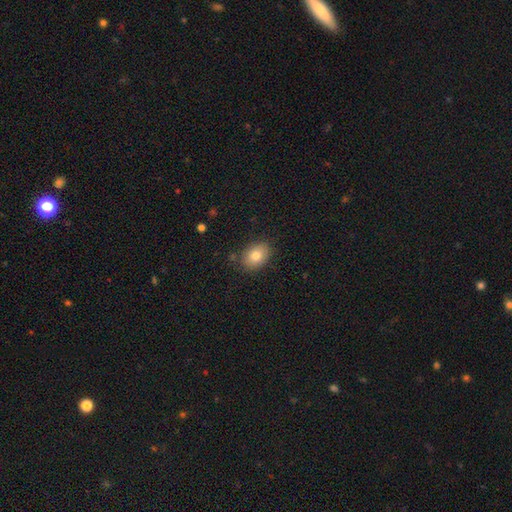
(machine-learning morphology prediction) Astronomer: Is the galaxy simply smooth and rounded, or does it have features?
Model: smooth — 80%.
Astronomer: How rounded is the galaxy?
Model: in between — 75%.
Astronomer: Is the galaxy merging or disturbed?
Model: none — 84%.